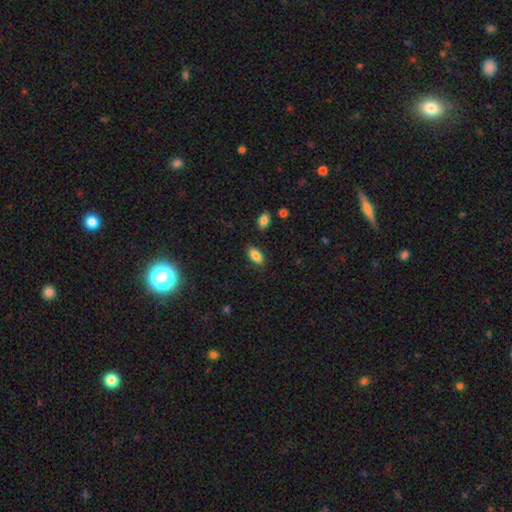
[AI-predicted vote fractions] Overall: smooth (86%). How rounded: in between (91%). Merging: none (86%).